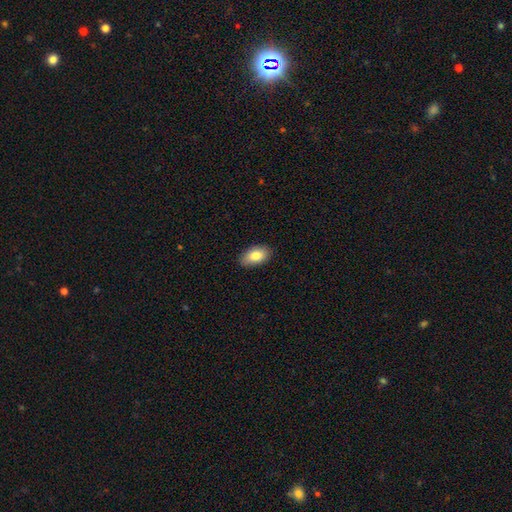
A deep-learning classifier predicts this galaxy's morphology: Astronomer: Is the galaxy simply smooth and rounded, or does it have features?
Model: smooth — 83%.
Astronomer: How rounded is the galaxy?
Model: in between — 92%.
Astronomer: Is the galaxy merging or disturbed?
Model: none — 86%.